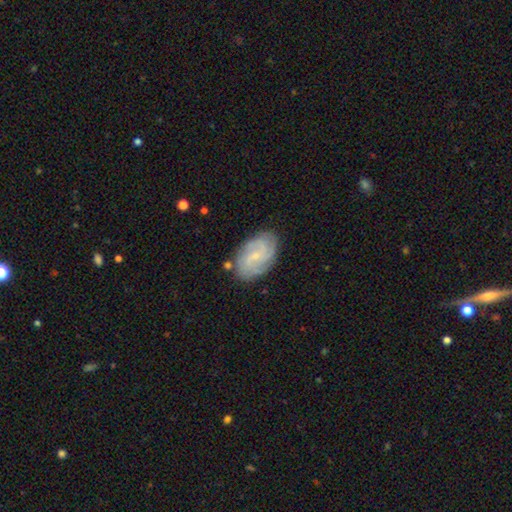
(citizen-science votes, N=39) Smooth or featured? 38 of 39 (97%) said featured or disk. Edge-on disk? 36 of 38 (95%) said no. Bar? 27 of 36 (75%) said no. Spiral arms? 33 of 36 (92%) said yes. Spiral winding? 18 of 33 (55%) said tight. Spiral arm count? 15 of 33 (45%) said 3. Bulge size? 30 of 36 (83%) said small. Merging? 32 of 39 (82%) said none.